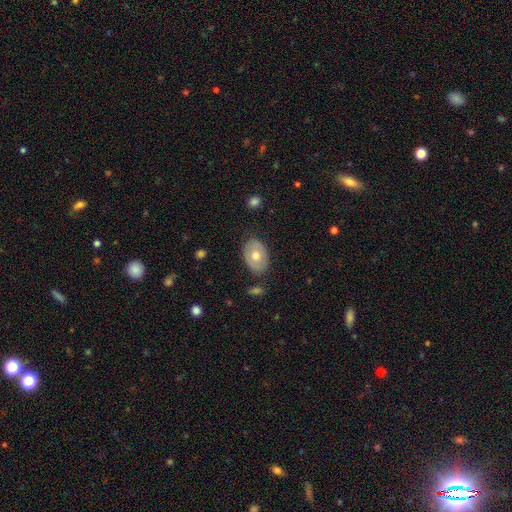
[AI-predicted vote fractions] smooth-or-featured: smooth: 58% | featured or disk: 36% | star or artifact: 6%
  how-rounded: in between: 82% | round: 17% | cigar-shaped: 1%
  merging: none: 80% | minor disturbance: 14% | major disturbance: 3% | merger: 3%